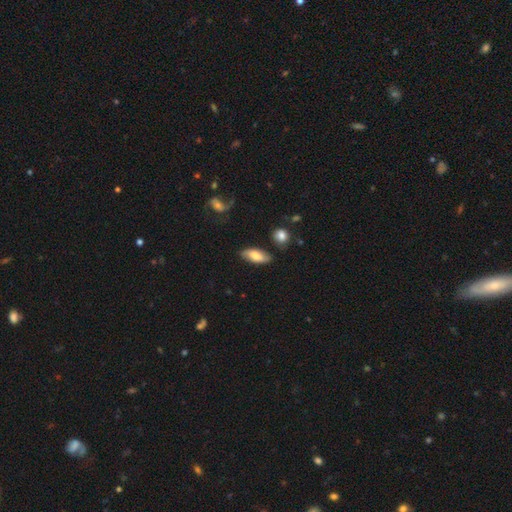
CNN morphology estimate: type=smooth (70%); roundness=in between (81%); merging=none (76%).